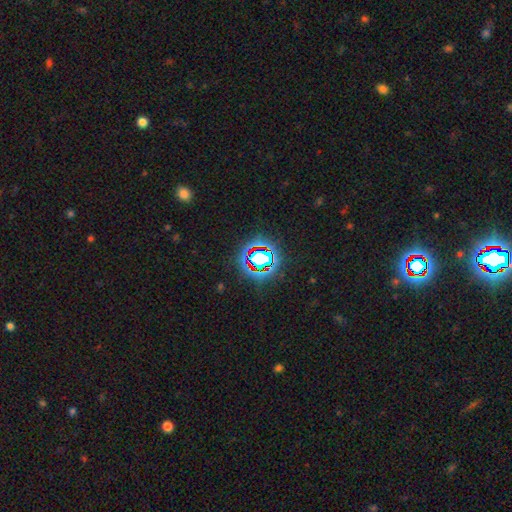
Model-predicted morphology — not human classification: A star or artifact, not a galaxy (76%).

Vote fractions:
- Smooth or featured? star or artifact: 76% / smooth: 15% / featured or disk: 8%